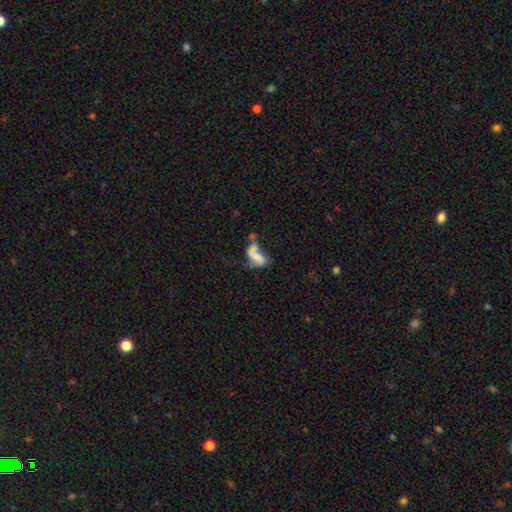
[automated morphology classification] Q: Smooth or featured?
A: smooth (49%); runner-up: featured or disk (40%)
Q: Merging?
A: merger (33%); runner-up: major disturbance (30%)